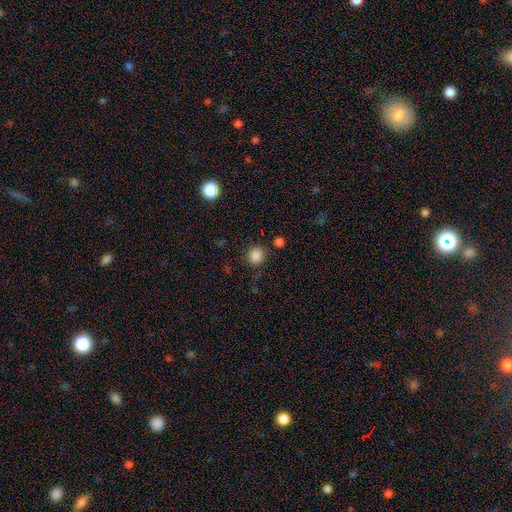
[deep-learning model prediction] This appears to be a smooth galaxy with no disk features (84%) that is round (89%). Merging: none (81%).